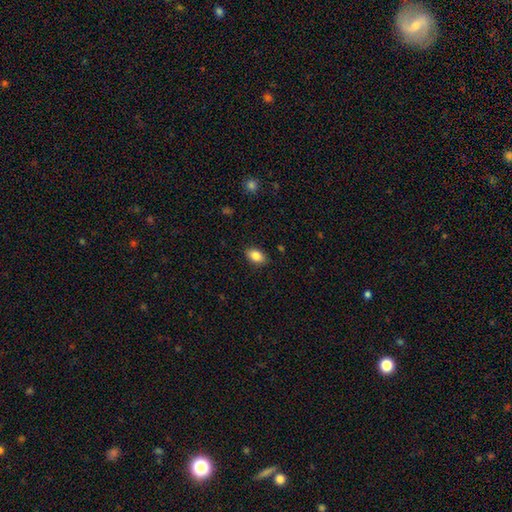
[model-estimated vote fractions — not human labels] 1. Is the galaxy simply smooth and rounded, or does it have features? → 85% smooth, 8% star or artifact, 7% featured or disk.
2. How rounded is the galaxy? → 88% in between, 10% round, 2% cigar-shaped.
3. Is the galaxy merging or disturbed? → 88% none, 9% minor disturbance, 2% major disturbance, 1% merger.